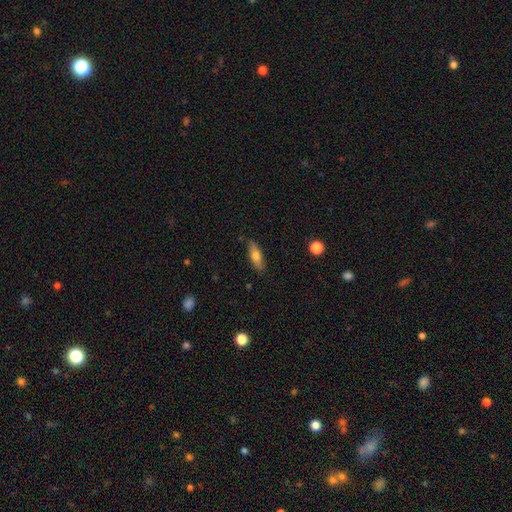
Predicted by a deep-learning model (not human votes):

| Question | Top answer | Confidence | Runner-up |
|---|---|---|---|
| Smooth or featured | smooth | 69% | featured or disk (24%) |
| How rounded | in between | 51% | cigar-shaped (46%) |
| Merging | none | 85% | minor disturbance (11%) |